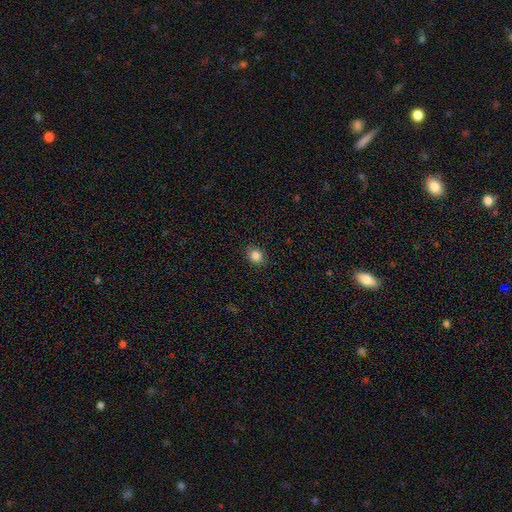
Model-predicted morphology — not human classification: Smooth or featured?
  - smooth: 84% *
  - star or artifact: 11%
  - featured or disk: 5%
How rounded?
  - round: 66% *
  - in between: 33%
  - cigar-shaped: 1%
Merging?
  - none: 89% *
  - minor disturbance: 8%
  - major disturbance: 2%
  - merger: 1%